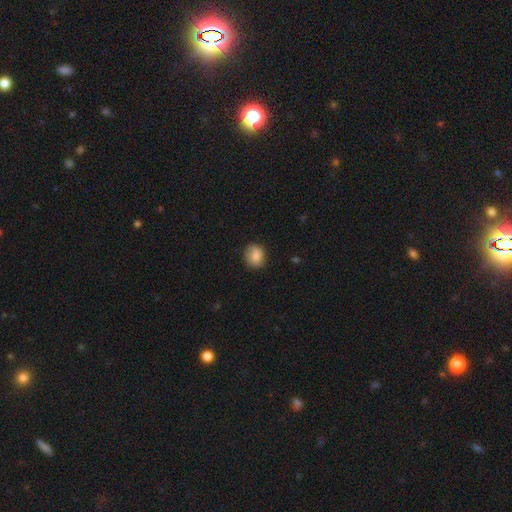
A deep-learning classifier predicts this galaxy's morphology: Smooth or featured? Predicted: smooth (p=0.82). How rounded? Predicted: round (p=0.74). Merging? Predicted: none (p=0.79).